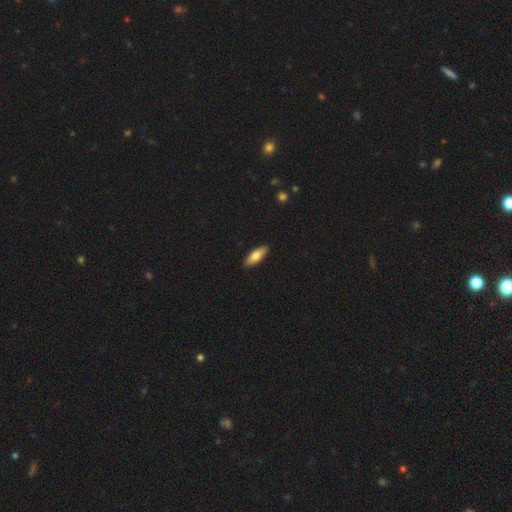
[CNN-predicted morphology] Overall: smooth (74%). How rounded: in between (63%; cigar-shaped 34%). Merging: none (90%).